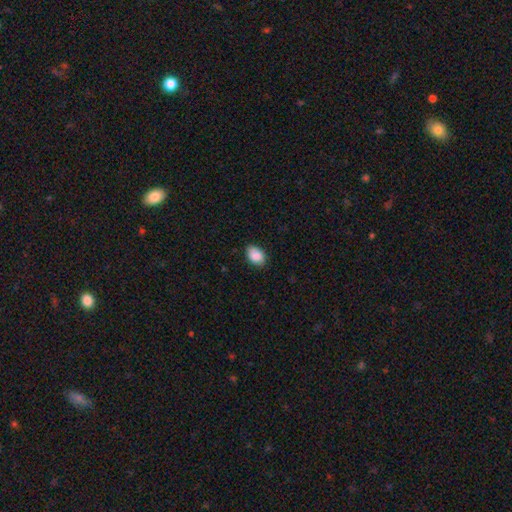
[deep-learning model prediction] A smooth galaxy with no disk features (88%) that is in between round and cigar-shaped (84%). Merging: none (82%).